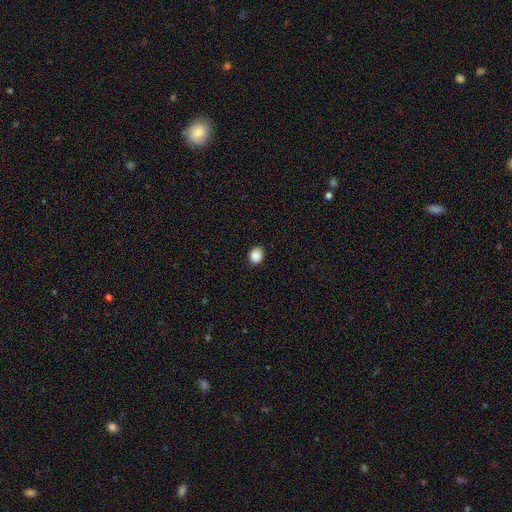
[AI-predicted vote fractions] Morphology: type=smooth (89%); roundness=round (70%); merging=none (90%).